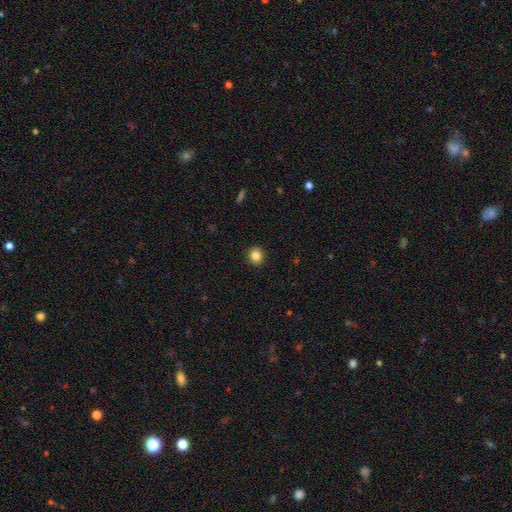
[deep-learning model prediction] Smooth or featured? smooth (85%)
How rounded? round (76%)
Merging? none (92%)